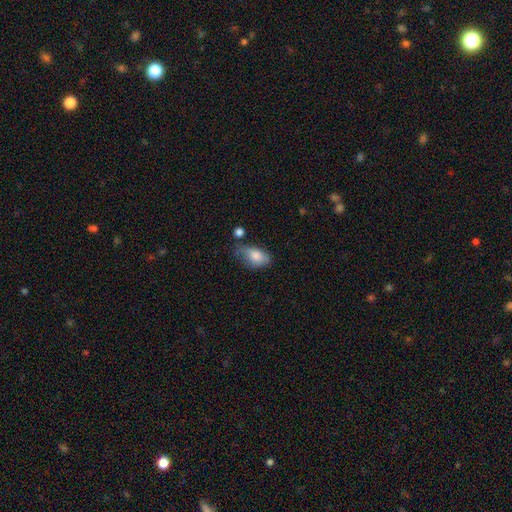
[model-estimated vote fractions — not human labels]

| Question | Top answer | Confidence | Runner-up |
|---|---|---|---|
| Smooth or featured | smooth | 76% | featured or disk (17%) |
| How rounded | in between | 90% | round (7%) |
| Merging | none | 42% | minor disturbance (36%) |